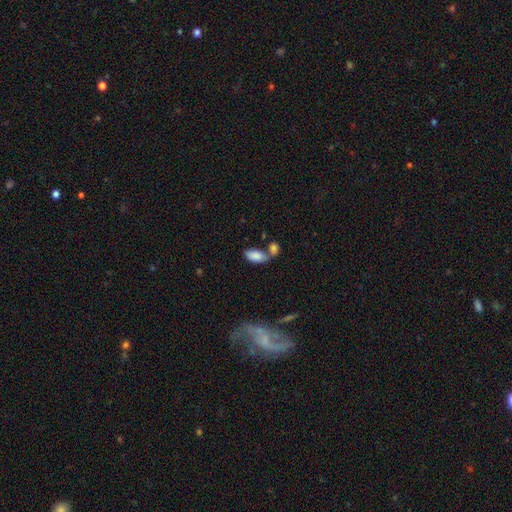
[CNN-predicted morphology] Smooth or featured? smooth (84%)
How rounded? in between (93%)
Merging? merger (42%)